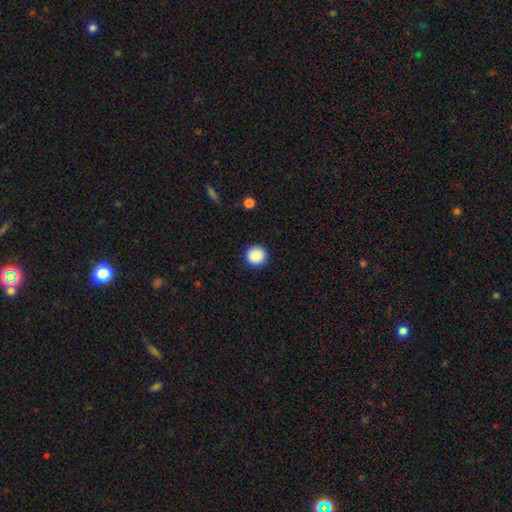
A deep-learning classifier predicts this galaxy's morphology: Smooth or featured: smooth — 89% (star or artifact — 8%)
How rounded: round — 95% (in between — 4%)
Merging: none — 92% (minor disturbance — 5%)